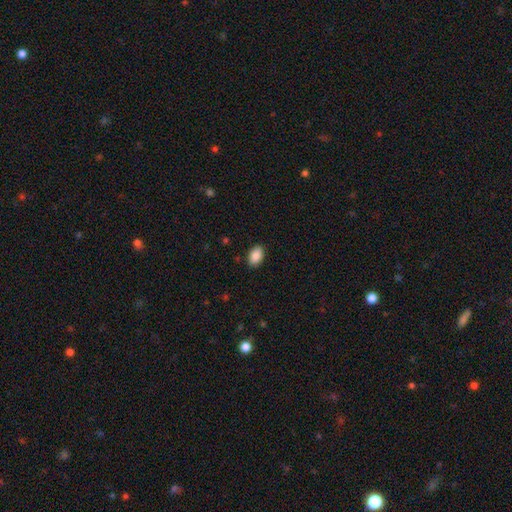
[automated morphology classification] smooth_or_featured: smooth (p=0.89) [alt: star or artifact p=0.07]
how_rounded: in between (p=0.90) [alt: round p=0.09]
merging: none (p=0.89) [alt: minor disturbance p=0.08]